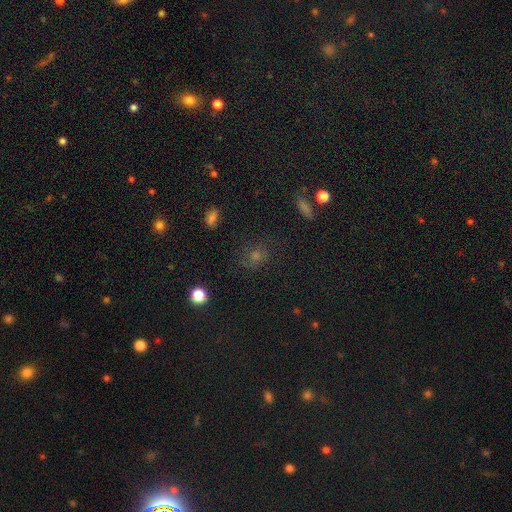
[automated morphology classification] This appears to be a smooth galaxy with no disk features (50%) that is round (71%). Merging: none (75%).